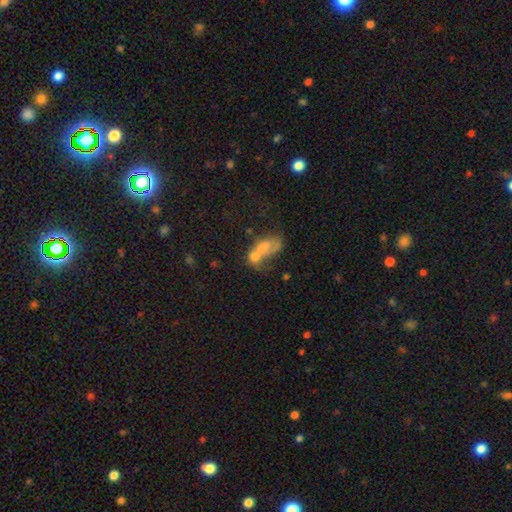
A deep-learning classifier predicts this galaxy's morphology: Q: Smooth or featured?
A: smooth (53%); runner-up: featured or disk (33%)
Q: How rounded?
A: in between (75%); runner-up: round (19%)
Q: Merging?
A: merger (57%); runner-up: none (19%)